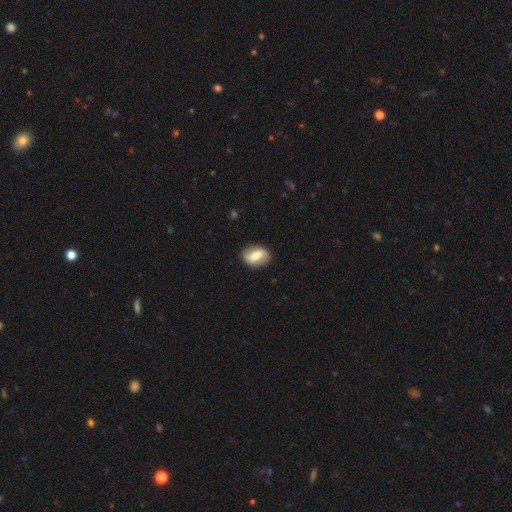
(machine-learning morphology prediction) smooth_or_featured: smooth (p=0.54) [alt: featured or disk p=0.39]
how_rounded: in between (p=0.78) [alt: round p=0.18]
merging: none (p=0.85) [alt: minor disturbance p=0.11]